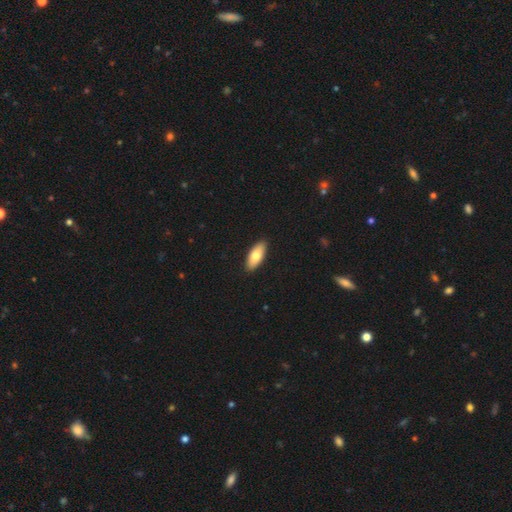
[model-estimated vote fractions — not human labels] smooth_or_featured: smooth (p=0.76) [alt: featured or disk p=0.19]
how_rounded: in between (p=0.81) [alt: cigar-shaped p=0.17]
merging: none (p=0.91) [alt: minor disturbance p=0.07]